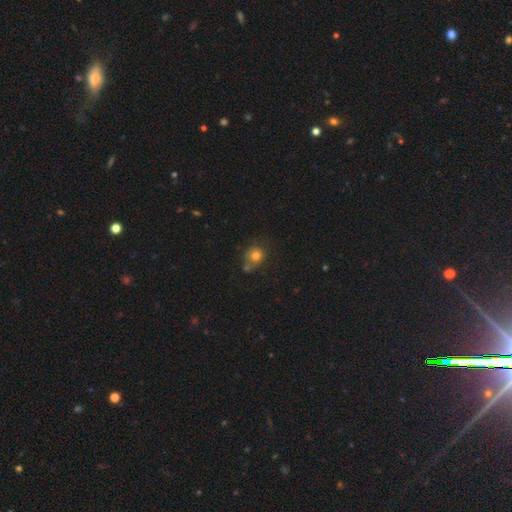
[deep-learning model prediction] Overall: smooth (77%). How rounded: round (77%). Merging: none (54%; minor disturbance 20%).